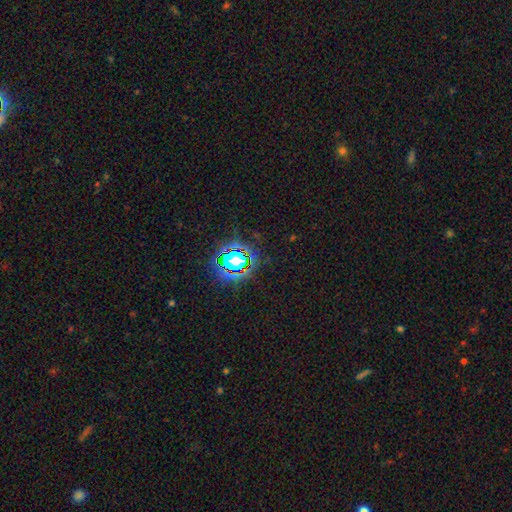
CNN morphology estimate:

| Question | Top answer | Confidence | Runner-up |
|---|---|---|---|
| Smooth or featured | star or artifact | 80% | smooth (12%) |